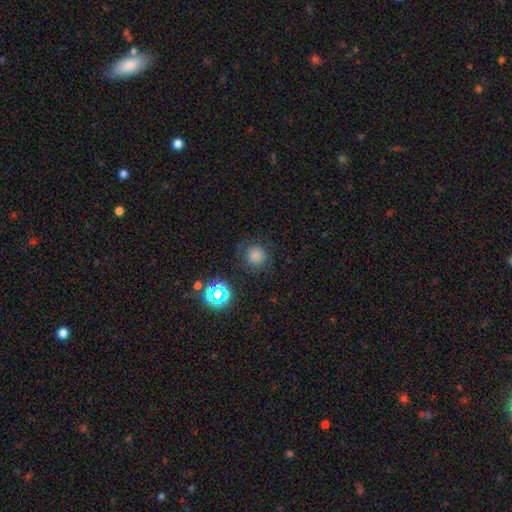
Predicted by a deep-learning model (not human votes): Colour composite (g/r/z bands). It shows a smooth galaxy with no disk features (74%) that is round (90%). Merging: none (76%).